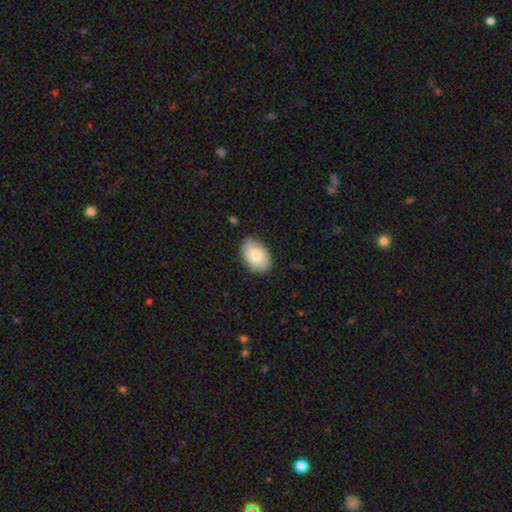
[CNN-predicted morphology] This is likely a smooth galaxy (77%). How rounded: clearly in between (88%). Merging: likely none (79%).